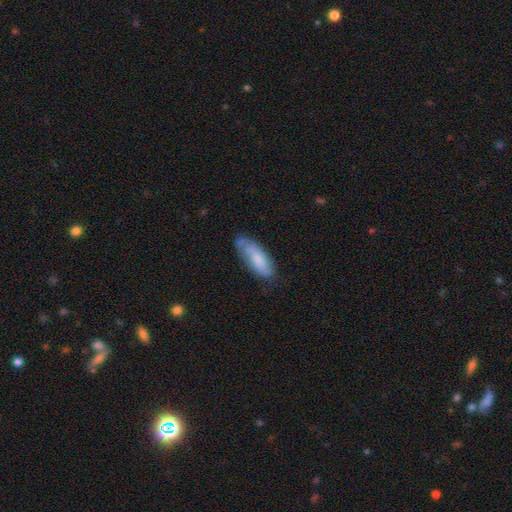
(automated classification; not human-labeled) Smooth or featured: smooth — 67% (featured or disk — 25%)
How rounded: in between — 66% (cigar-shaped — 32%)
Merging: none — 59% (minor disturbance — 28%)